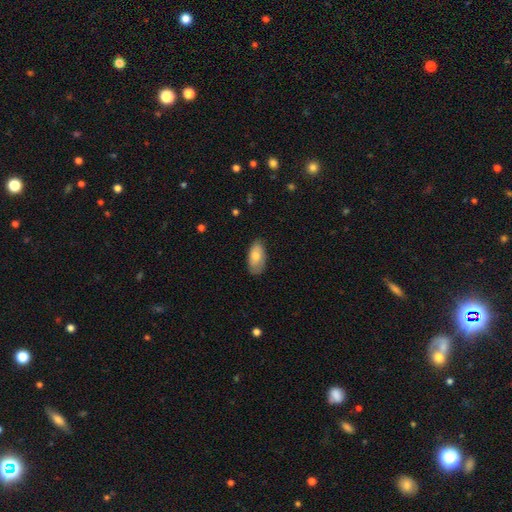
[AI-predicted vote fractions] This appears to be a smooth galaxy with no disk features (74%) that is in between round and cigar-shaped (93%). Merging: none (77%).